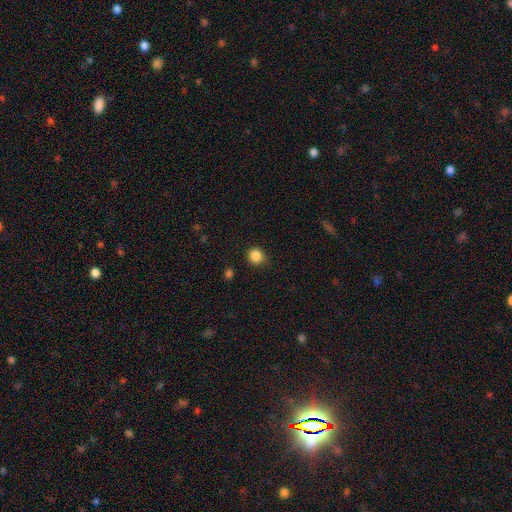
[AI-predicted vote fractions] Morphology: type=smooth (85%); roundness=round (88%); merging=none (87%).